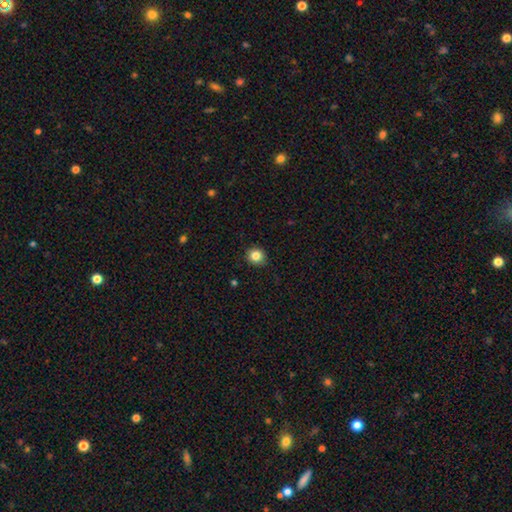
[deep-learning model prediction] A smooth galaxy with no disk features (84%) that is round (83%). Merging: none (88%).